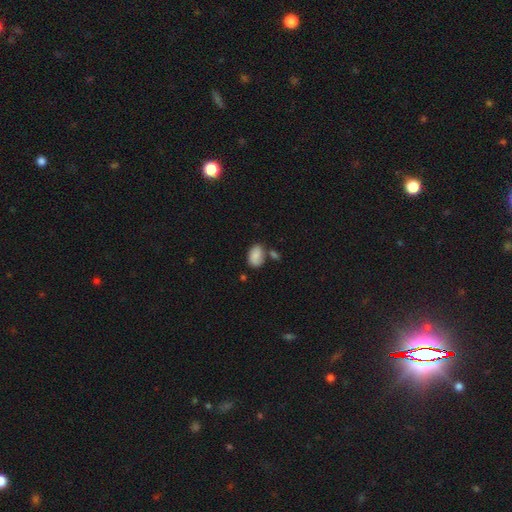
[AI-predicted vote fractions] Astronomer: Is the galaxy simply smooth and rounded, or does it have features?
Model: smooth — 84%.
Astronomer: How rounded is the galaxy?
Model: in between — 88%.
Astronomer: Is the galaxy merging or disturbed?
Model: none — 59%.